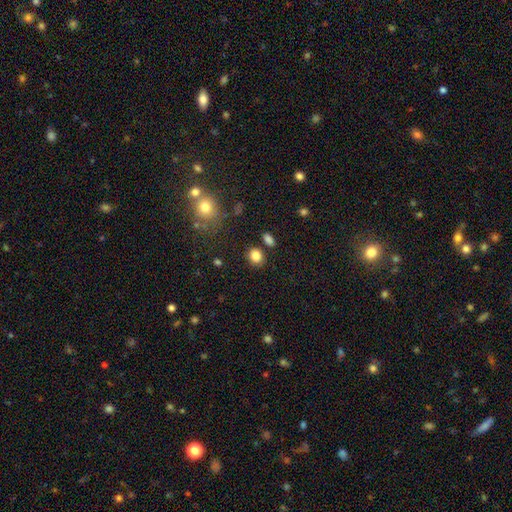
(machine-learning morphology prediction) A smooth galaxy with no disk features (85%) that is round (65%). Merging: none (82%).